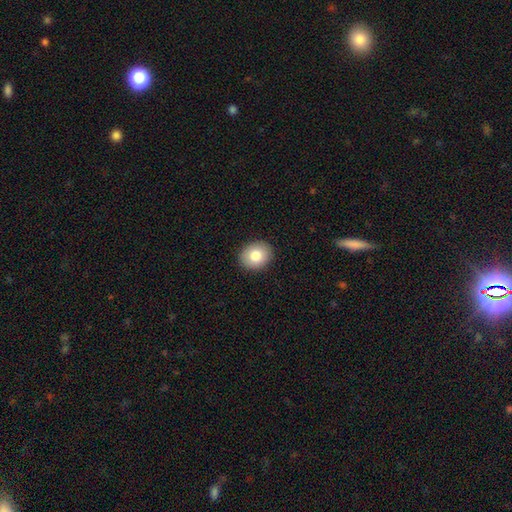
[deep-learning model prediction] Q: Smooth or featured?
A: smooth (81%); runner-up: featured or disk (11%)
Q: How rounded?
A: round (56%); runner-up: in between (44%)
Q: Merging?
A: none (91%); runner-up: minor disturbance (7%)